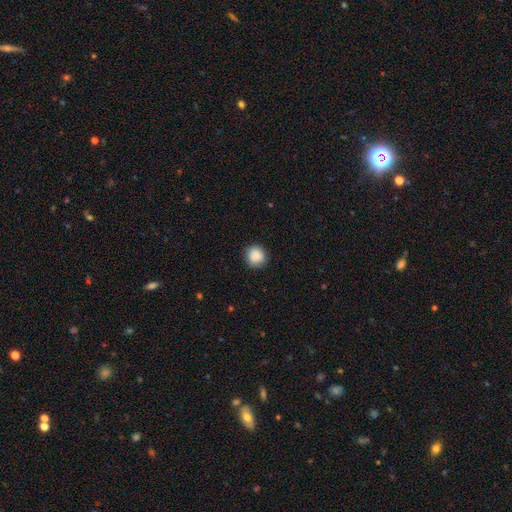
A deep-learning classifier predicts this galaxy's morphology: The model was most divided on "merging": none: 87%, minor disturbance: 10%, major disturbance: 2%, merger: 1%. More confident: how rounded — round (91%); smooth or featured — smooth (89%).